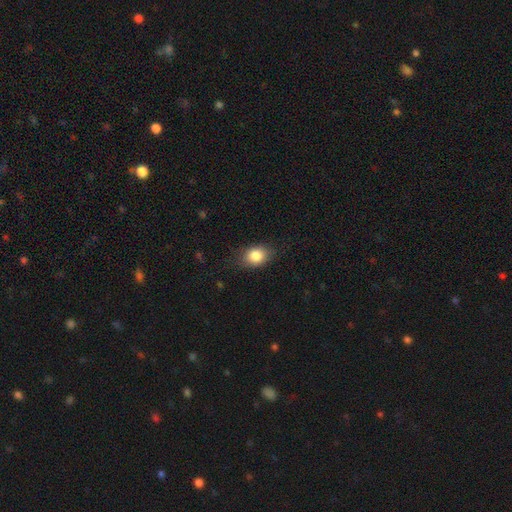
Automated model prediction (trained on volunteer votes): Smooth or featured: smooth — 84% (star or artifact — 9%)
How rounded: in between — 64% (round — 34%)
Merging: none — 78% (minor disturbance — 17%)